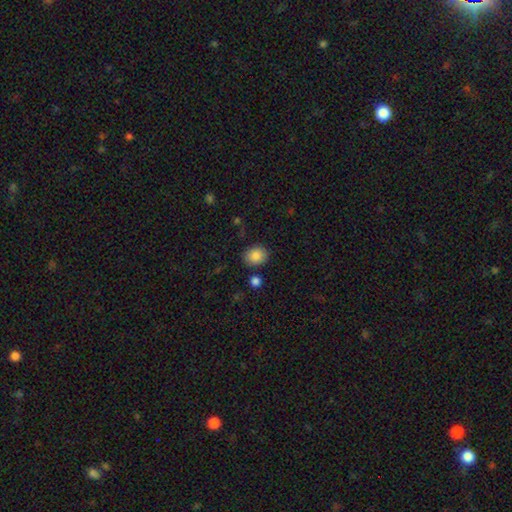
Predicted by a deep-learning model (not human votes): smooth 86%, star or artifact 8%, featured or disk 5%. Down the decision tree: how rounded — round (50%); merging — none (83%).